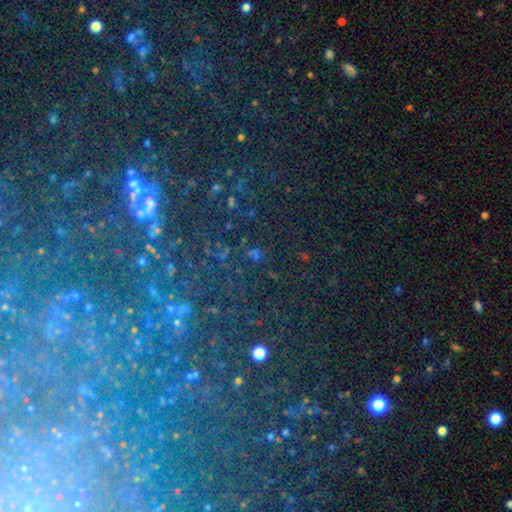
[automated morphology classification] Q: Smooth or featured?
A: star or artifact (66%); runner-up: smooth (21%)